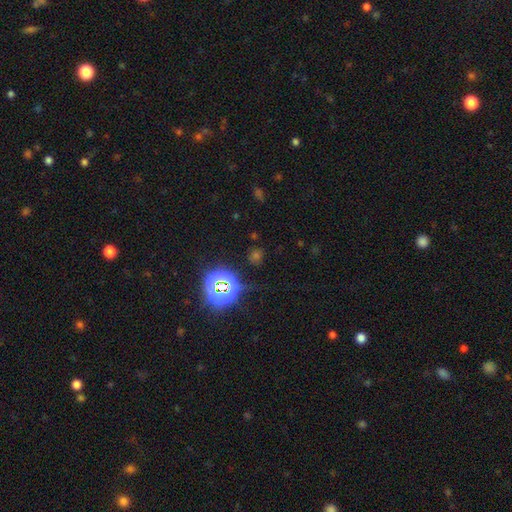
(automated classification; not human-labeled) Smooth or featured? Predicted: star or artifact (p=0.60).